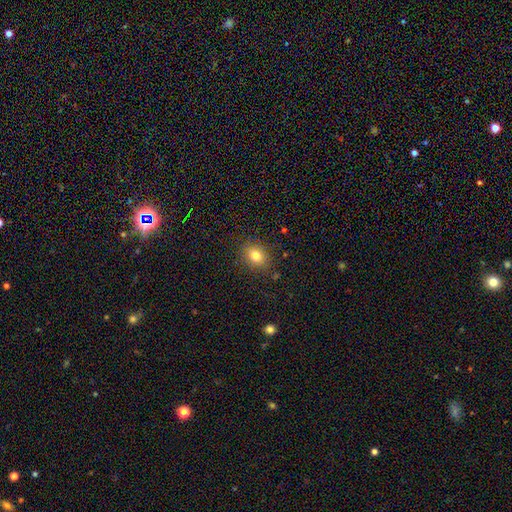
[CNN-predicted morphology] A smooth galaxy with no disk features (80%) that is round (51%). Merging: none (85%).